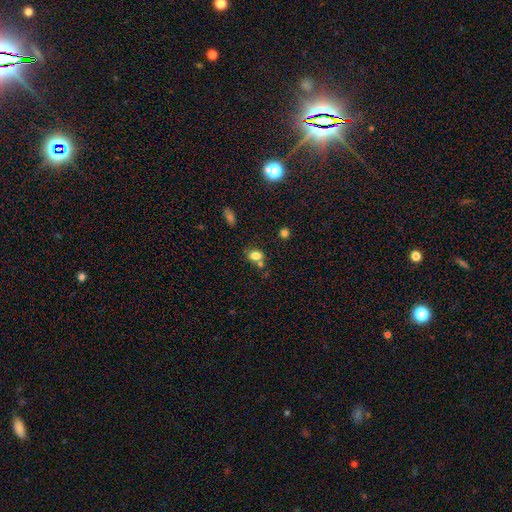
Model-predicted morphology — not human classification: A smooth galaxy with no disk features (78%) that is in between round and cigar-shaped (71%).

Vote fractions:
- Smooth or featured? smooth: 78% / star or artifact: 12% / featured or disk: 10%
- How rounded? in between: 71% / round: 28% / cigar-shaped: 2%
- Merging? none: 52% / merger: 27% / minor disturbance: 16% / major disturbance: 5%